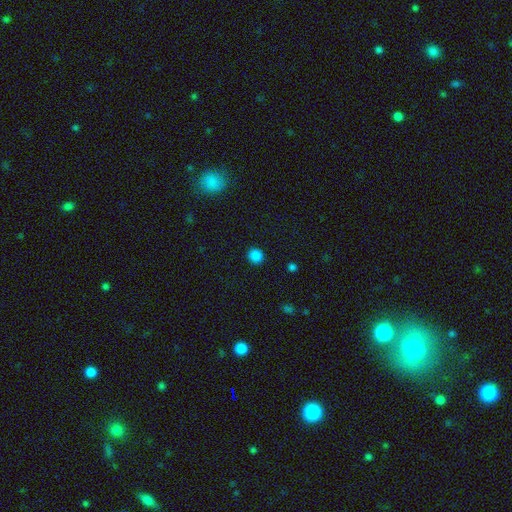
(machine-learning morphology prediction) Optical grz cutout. It shows a smooth galaxy with no disk features (85%) that is round (89%). Merging: none (91%).